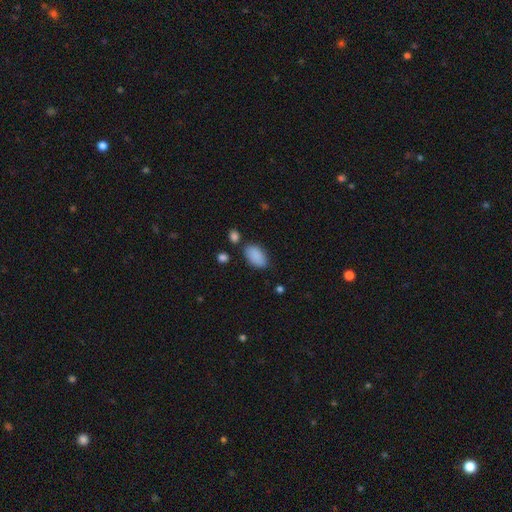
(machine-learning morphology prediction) Smooth or featured? Predicted: smooth (p=0.89). How rounded? Predicted: in between (p=0.93). Merging? Predicted: none (p=0.76).